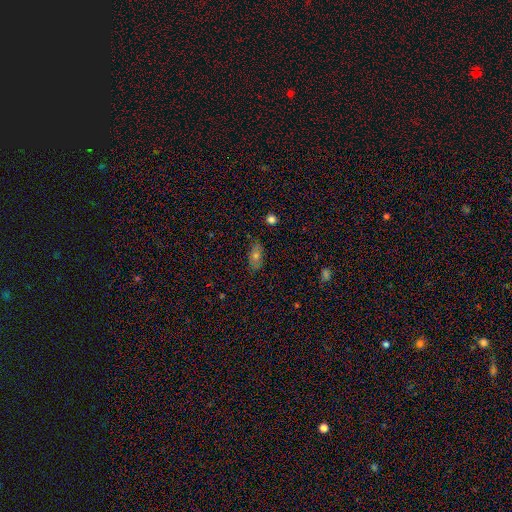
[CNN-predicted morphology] Smooth or featured? Predicted: smooth (p=0.61). How rounded? Predicted: in between (p=0.79). Merging? Predicted: none (p=0.83).